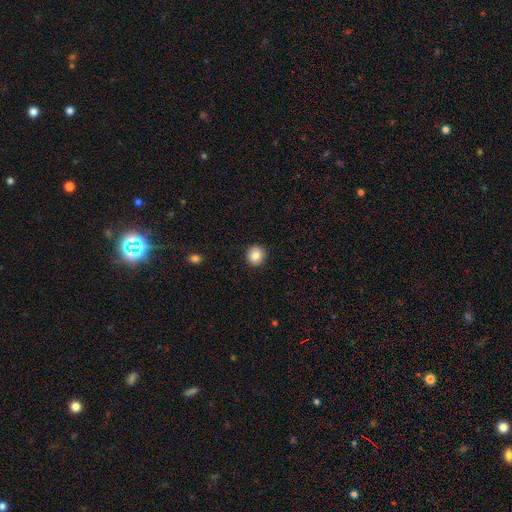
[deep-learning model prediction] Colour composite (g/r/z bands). It shows a smooth galaxy with no disk features (86%) that is round (87%). Merging: none (90%).